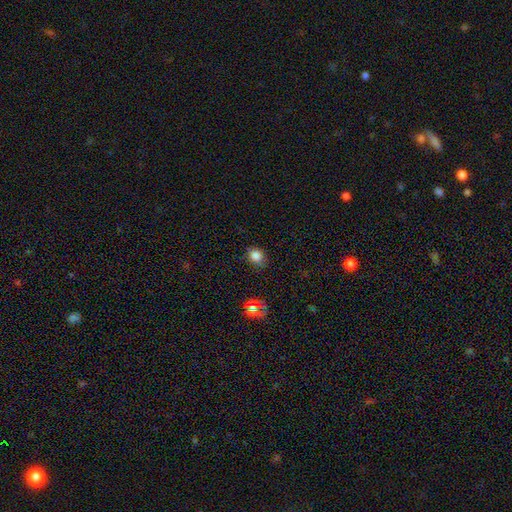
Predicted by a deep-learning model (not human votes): Smooth or featured? smooth (80%)
How rounded? round (69%)
Merging? none (81%)